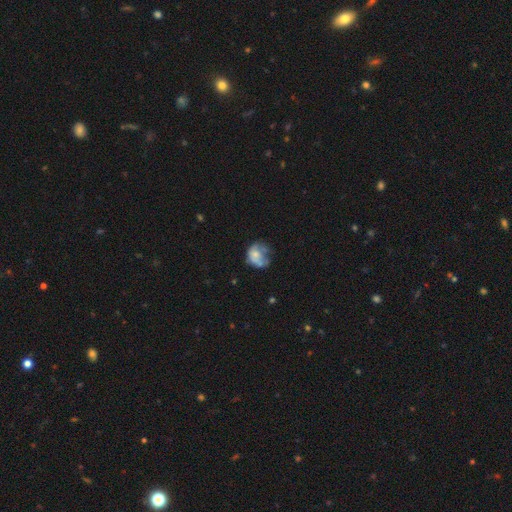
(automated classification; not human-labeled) A smooth galaxy with no disk features (56%) that is round (55%).

Vote fractions:
- Smooth or featured? smooth: 56% / featured or disk: 34% / star or artifact: 10%
- How rounded? round: 55% / in between: 44% / cigar-shaped: 1%
- Merging? none: 32% / major disturbance: 30% / minor disturbance: 29% / merger: 9%